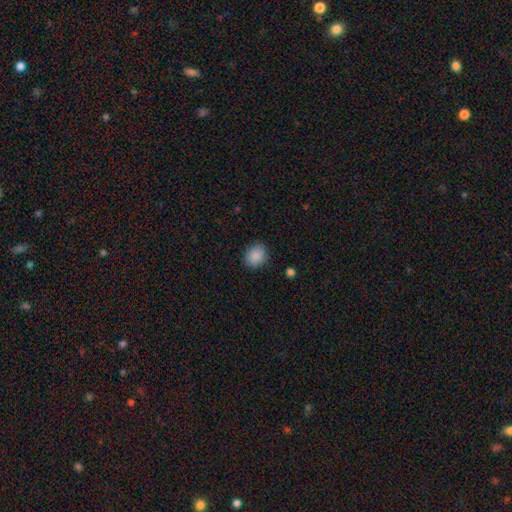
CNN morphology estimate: This appears to be a smooth galaxy with no disk features (88%) that is round (57%). Merging: none (87%).